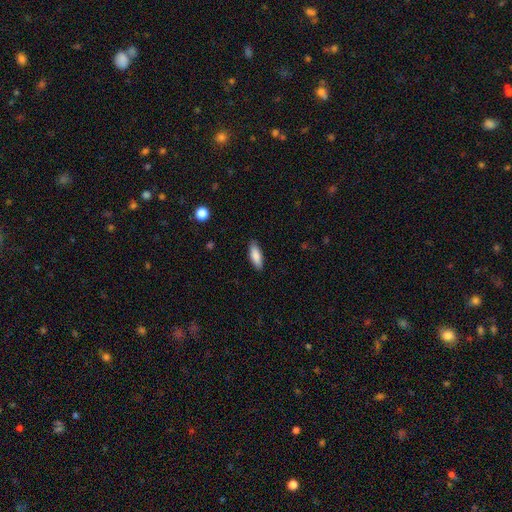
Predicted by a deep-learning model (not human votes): A smooth galaxy with no disk features (86%) that is in between round and cigar-shaped (68%). Merging: none (86%).